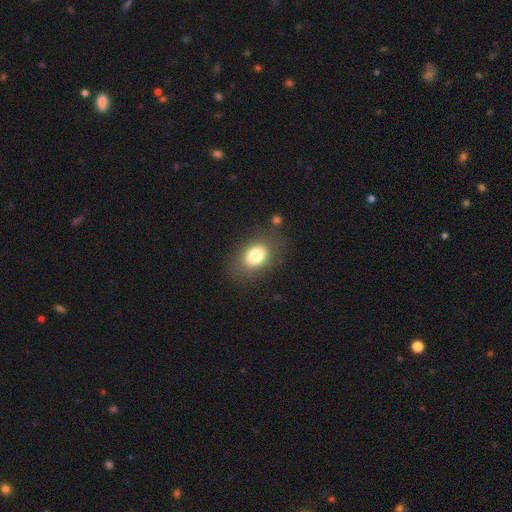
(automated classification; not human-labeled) Smooth or featured? smooth (78%)
How rounded? in between (69%)
Merging? none (79%)